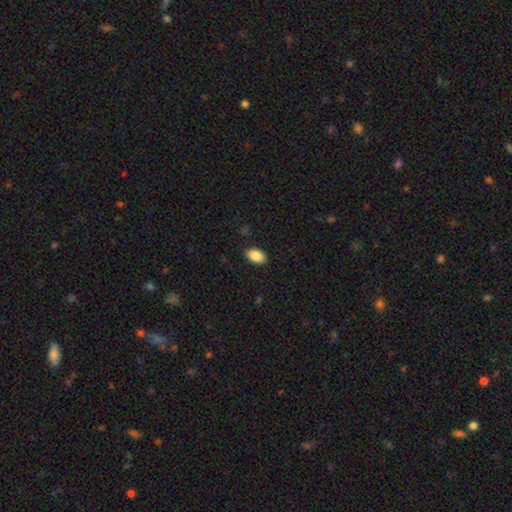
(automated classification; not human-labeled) Q: Smooth or featured?
A: smooth (87%); runner-up: star or artifact (7%)
Q: How rounded?
A: in between (91%); runner-up: round (8%)
Q: Merging?
A: none (88%); runner-up: minor disturbance (9%)